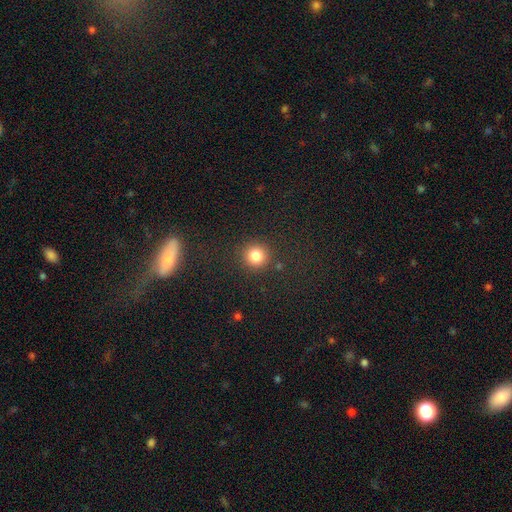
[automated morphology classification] The model was most divided on "smooth or featured": smooth: 83%, star or artifact: 12%, featured or disk: 5%. More confident: how rounded — round (94%); merging — none (89%).